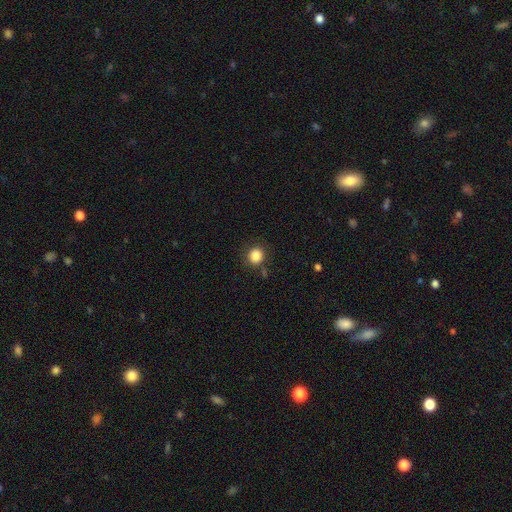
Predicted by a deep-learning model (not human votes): Overall: smooth (85%). How rounded: round (88%). Merging: none (84%).